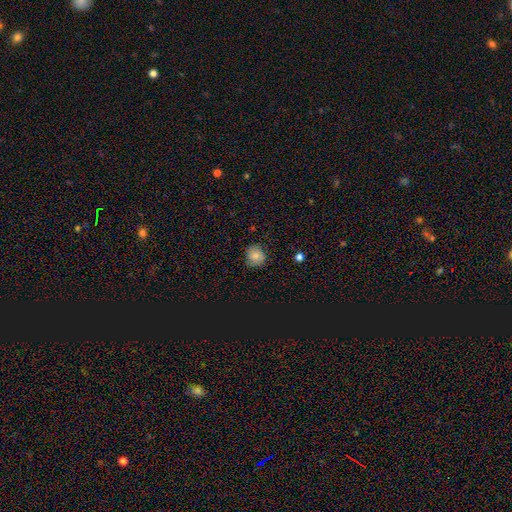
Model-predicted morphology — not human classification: smooth 73%, featured or disk 15%, star or artifact 12%. Down the decision tree: how rounded — round (86%); merging — none (76%).